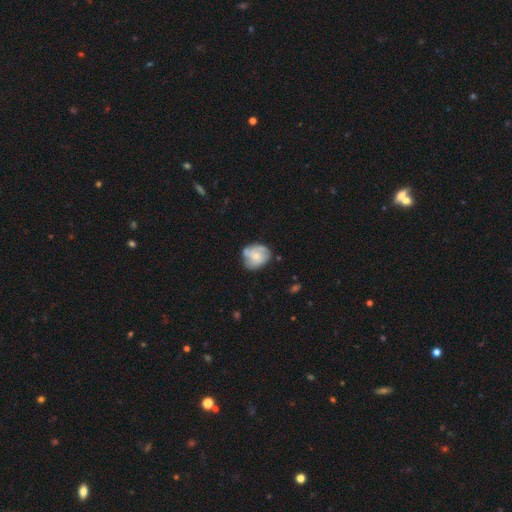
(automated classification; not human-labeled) Smooth or featured?
  - featured or disk: 60% *
  - smooth: 33%
  - star or artifact: 7%
Edge-on disk?
  - no: 98% *
  - yes: 2%
Bar?
  - no: 74% *
  - weak: 22%
  - strong: 3%
Spiral arms?
  - yes: 81% *
  - no: 19%
Bulge size?
  - small: 54% *
  - moderate: 39%
  - none: 4%
  - large: 2%
  - dominant: 1%
Merging?
  - none: 62% *
  - minor disturbance: 26%
  - major disturbance: 9%
  - merger: 3%